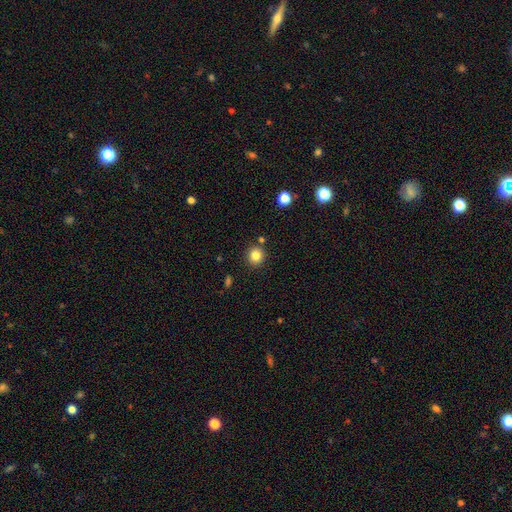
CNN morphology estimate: This is clearly a smooth galaxy (83%). How rounded: clearly round (88%). Merging: clearly none (86%).